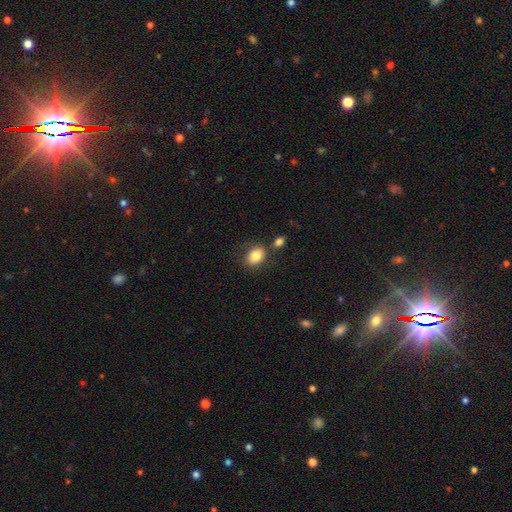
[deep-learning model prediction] Overall: smooth (83%). How rounded: in between (71%). Merging: none (67%).